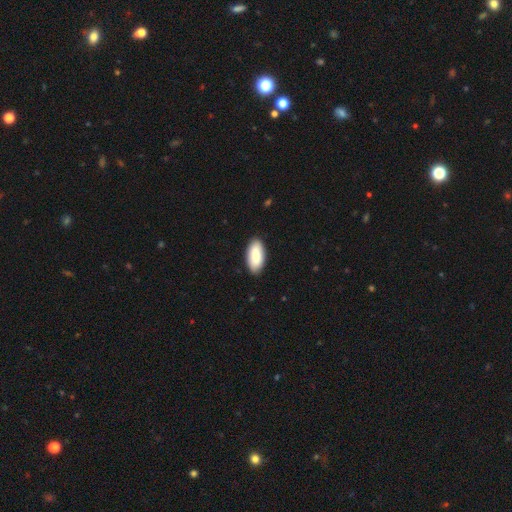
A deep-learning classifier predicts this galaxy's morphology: smooth_or_featured: smooth (p=0.86) [alt: featured or disk p=0.08]
how_rounded: in between (p=0.91) [alt: cigar-shaped p=0.07]
merging: none (p=0.89) [alt: minor disturbance p=0.09]